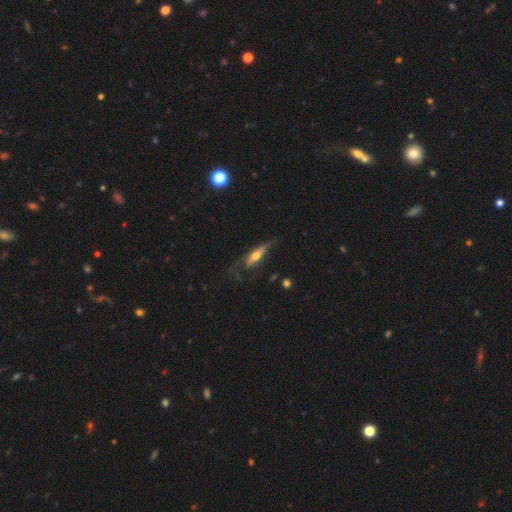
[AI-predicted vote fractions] smooth_or_featured: featured or disk (p=0.58) [alt: smooth p=0.36]
disk_edge_on: yes (p=0.67) [alt: no p=0.33]
merging: none (p=0.43) [alt: major disturbance p=0.28]